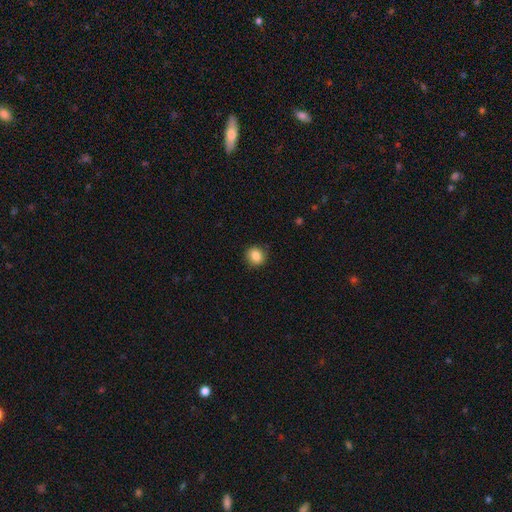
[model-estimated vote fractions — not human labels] Q: Smooth or featured?
A: smooth (85%); runner-up: star or artifact (9%)
Q: How rounded?
A: round (81%); runner-up: in between (18%)
Q: Merging?
A: none (88%); runner-up: minor disturbance (9%)